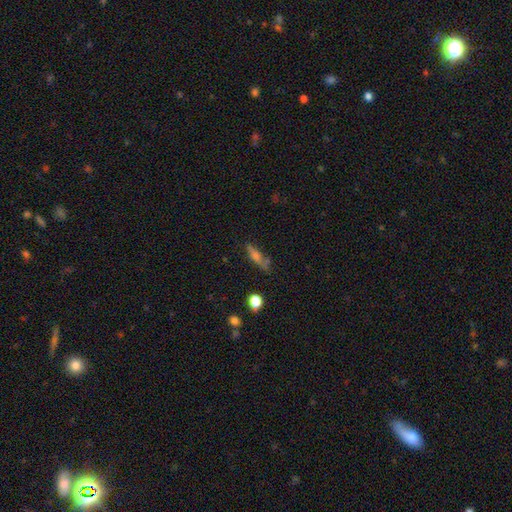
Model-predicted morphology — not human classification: This appears to be a smooth galaxy with no disk features (49%). Merging: none (66%).